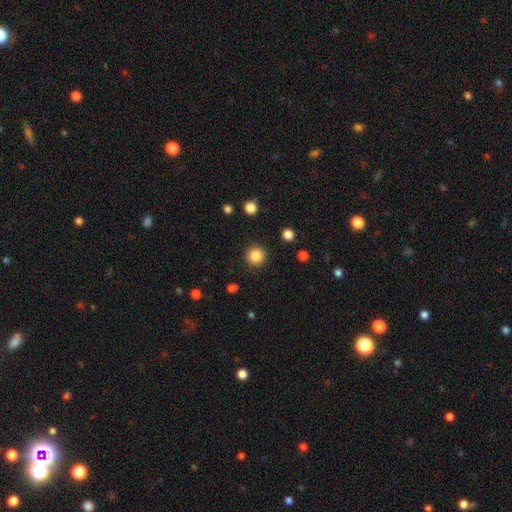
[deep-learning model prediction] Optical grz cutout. It shows a smooth galaxy with no disk features (85%) that is round (95%). Merging: none (91%).